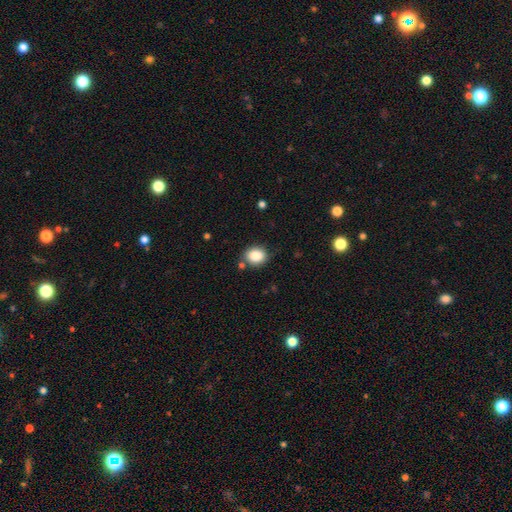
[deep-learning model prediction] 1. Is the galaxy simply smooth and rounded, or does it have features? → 86% smooth, 9% star or artifact, 5% featured or disk.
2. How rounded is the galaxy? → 59% round, 40% in between, 1% cigar-shaped.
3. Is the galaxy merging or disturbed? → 79% none, 12% minor disturbance, 5% merger, 3% major disturbance.